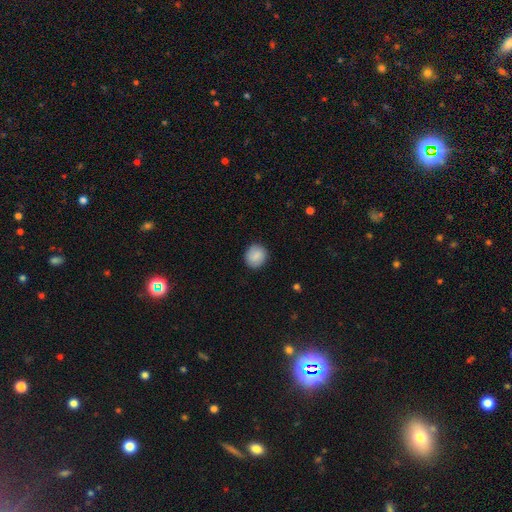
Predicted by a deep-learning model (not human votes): This is clearly a smooth galaxy (84%). How rounded: clearly round (85%). Merging: clearly none (89%).